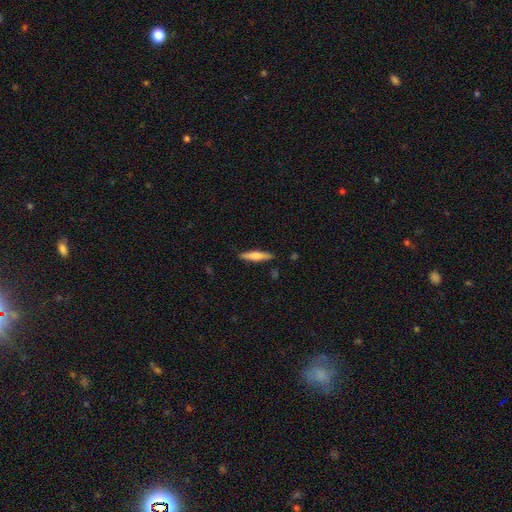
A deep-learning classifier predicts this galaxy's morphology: The model was most divided on "smooth or featured": smooth: 58%, featured or disk: 37%, star or artifact: 6%. More confident: merging — none (88%); how rounded — cigar-shaped (84%).